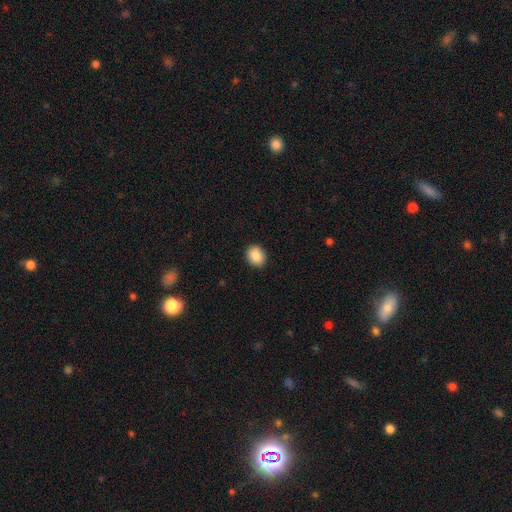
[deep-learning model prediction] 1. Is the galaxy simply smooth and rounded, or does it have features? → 86% smooth, 8% star or artifact, 6% featured or disk.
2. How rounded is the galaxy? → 66% round, 33% in between, 1% cigar-shaped.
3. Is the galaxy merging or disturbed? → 92% none, 6% minor disturbance, 2% major disturbance, 1% merger.